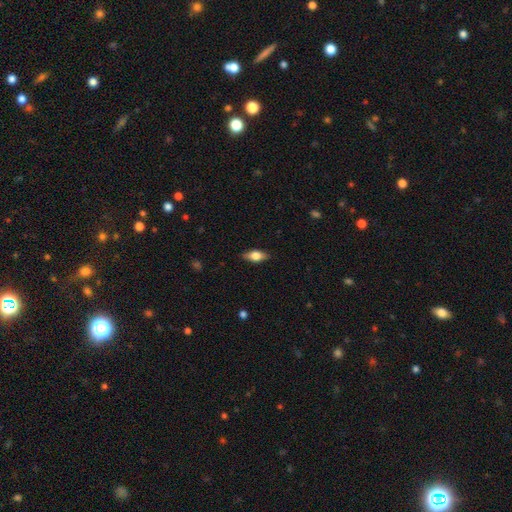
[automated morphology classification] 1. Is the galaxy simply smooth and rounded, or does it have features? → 60% smooth, 33% featured or disk, 7% star or artifact.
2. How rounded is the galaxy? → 79% in between, 17% cigar-shaped, 5% round.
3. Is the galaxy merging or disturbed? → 86% none, 11% minor disturbance, 2% major disturbance, 1% merger.